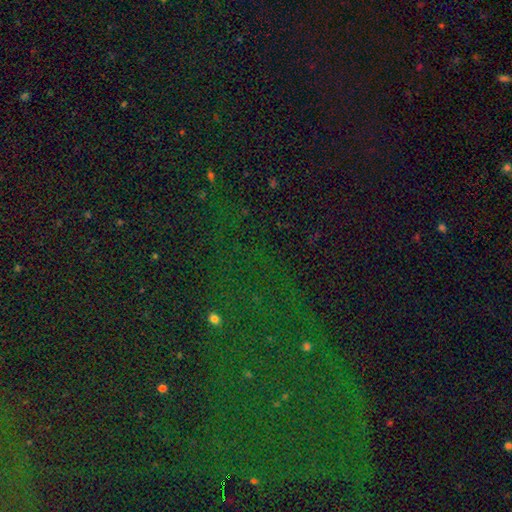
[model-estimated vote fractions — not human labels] Smooth or featured: star or artifact — 84% (smooth — 9%)